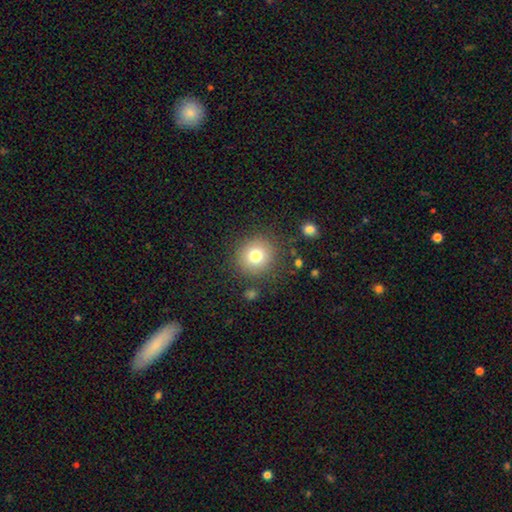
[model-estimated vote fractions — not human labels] Smooth or featured?
  - smooth: 77% *
  - star or artifact: 12%
  - featured or disk: 11%
How rounded?
  - round: 90% *
  - in between: 9%
  - cigar-shaped: 1%
Merging?
  - none: 86% *
  - minor disturbance: 8%
  - major disturbance: 4%
  - merger: 2%